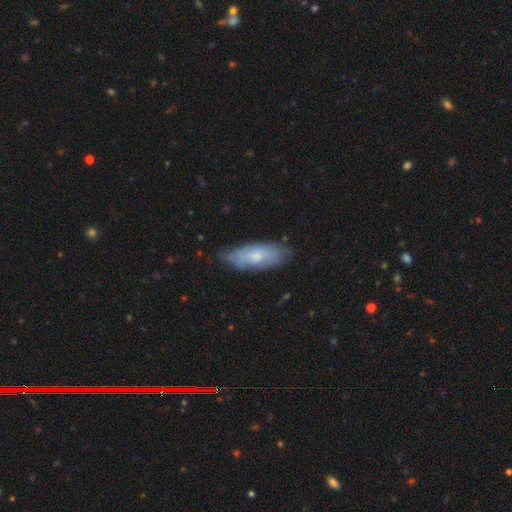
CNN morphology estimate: Q: Smooth or featured?
A: smooth (57%); runner-up: featured or disk (37%)
Q: How rounded?
A: in between (71%); runner-up: cigar-shaped (27%)
Q: Merging?
A: none (69%); runner-up: minor disturbance (24%)